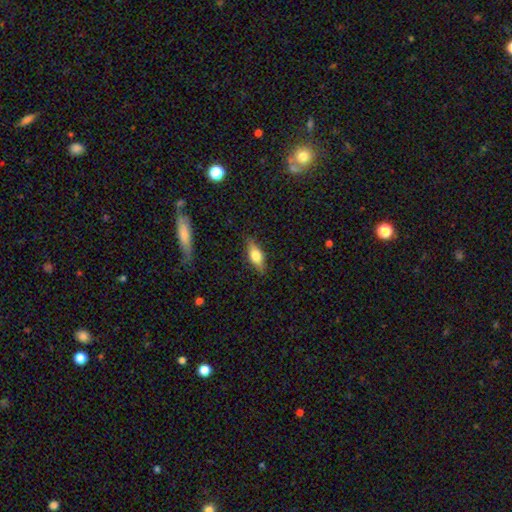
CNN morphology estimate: type=smooth (57%); roundness=in between (65%); merging=none (85%).